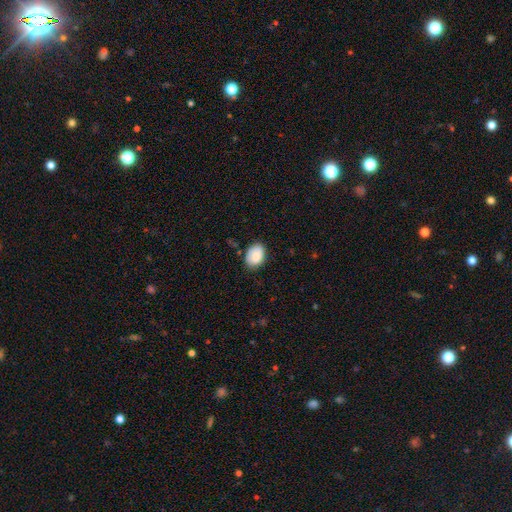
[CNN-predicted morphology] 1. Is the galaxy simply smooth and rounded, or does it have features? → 83% smooth, 10% featured or disk, 7% star or artifact.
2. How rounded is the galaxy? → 77% in between, 22% round, 1% cigar-shaped.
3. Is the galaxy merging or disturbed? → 75% none, 20% minor disturbance, 3% major disturbance, 2% merger.